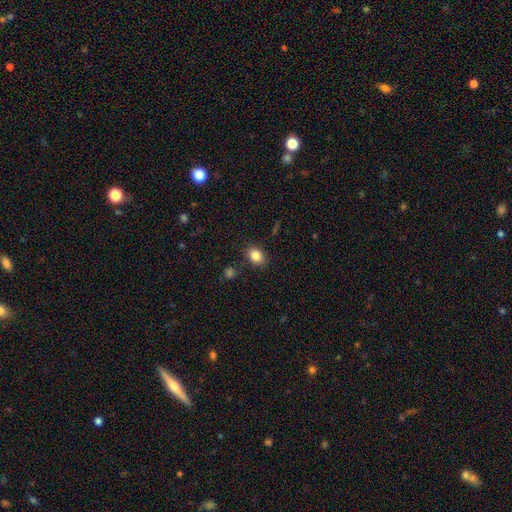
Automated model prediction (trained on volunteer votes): Morphology: type=smooth (84%); roundness=in between (65%); merging=none (85%).